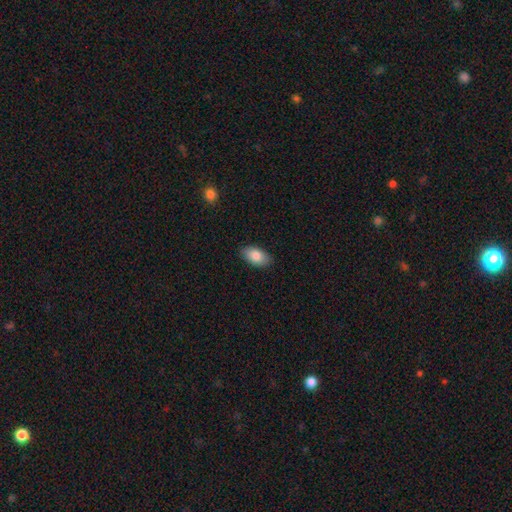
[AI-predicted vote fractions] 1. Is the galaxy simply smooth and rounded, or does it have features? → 84% smooth, 9% featured or disk, 7% star or artifact.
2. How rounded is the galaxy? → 94% in between, 4% round, 2% cigar-shaped.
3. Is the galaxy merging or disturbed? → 88% none, 9% minor disturbance, 2% major disturbance, 1% merger.